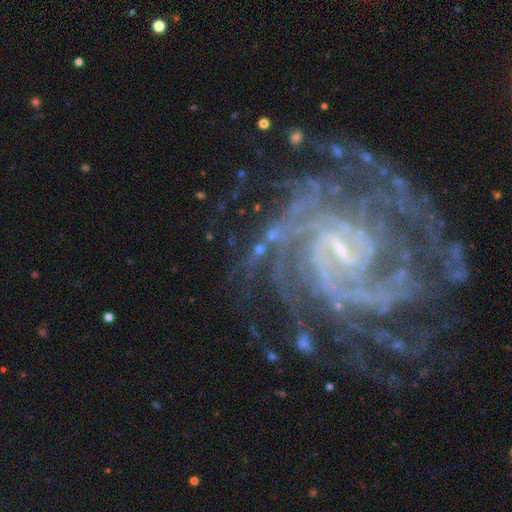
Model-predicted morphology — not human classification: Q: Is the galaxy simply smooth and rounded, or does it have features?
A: featured or disk — 89%.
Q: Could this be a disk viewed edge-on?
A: no — 98%.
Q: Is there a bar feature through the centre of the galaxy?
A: weak — 49%.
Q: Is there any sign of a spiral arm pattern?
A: yes — 98%.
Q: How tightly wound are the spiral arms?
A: tight — 61%.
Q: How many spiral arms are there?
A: can't tell — 23%.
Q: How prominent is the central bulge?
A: small — 69%.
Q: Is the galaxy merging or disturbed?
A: none — 63%.